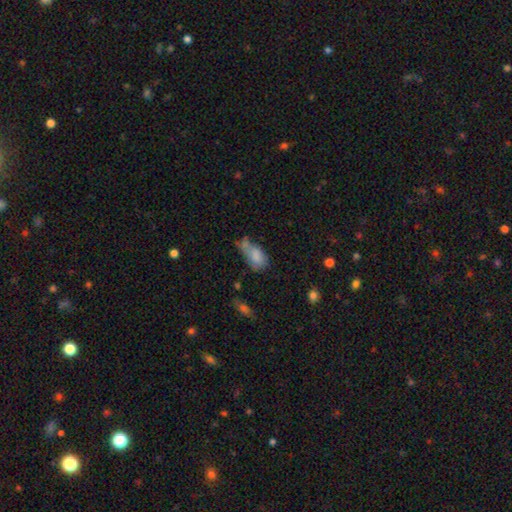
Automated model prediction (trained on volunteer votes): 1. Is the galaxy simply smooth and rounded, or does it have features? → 75% smooth, 16% featured or disk, 9% star or artifact.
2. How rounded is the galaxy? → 89% in between, 6% cigar-shaped, 5% round.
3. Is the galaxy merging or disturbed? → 31% minor disturbance, 27% none, 22% major disturbance, 20% merger.